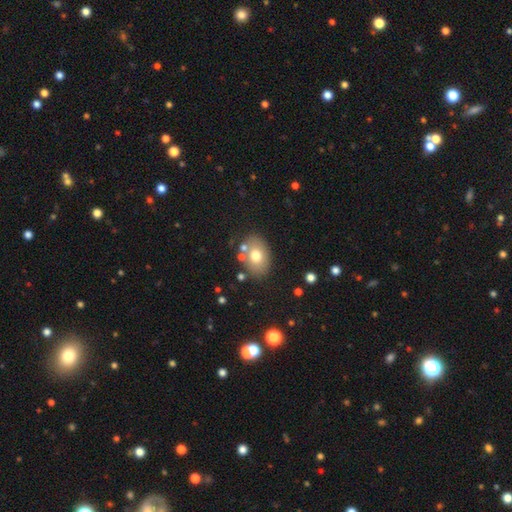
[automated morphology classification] smooth-or-featured: smooth: 70% | featured or disk: 21% | star or artifact: 9%
  how-rounded: in between: 76% | round: 23% | cigar-shaped: 1%
  merging: none: 74% | minor disturbance: 13% | merger: 9% | major disturbance: 4%